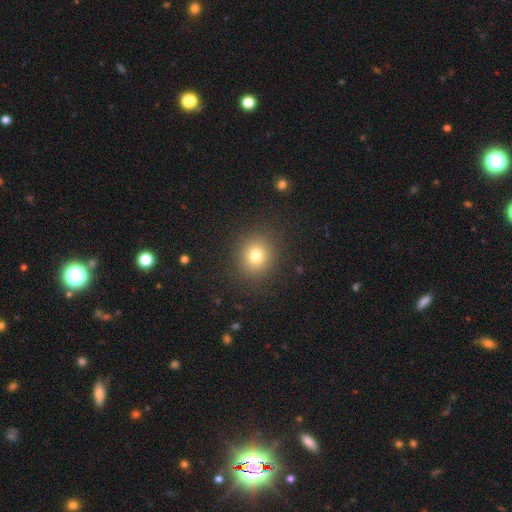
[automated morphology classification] This appears to be a smooth galaxy with no disk features (77%) that is round (85%). Merging: none (89%).